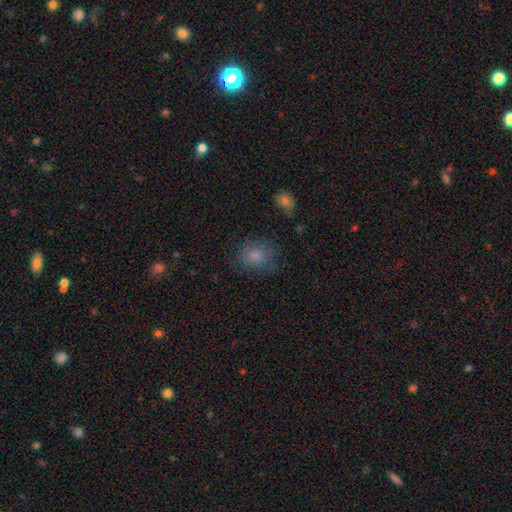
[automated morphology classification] Q: Smooth or featured?
A: smooth (80%); runner-up: star or artifact (11%)
Q: How rounded?
A: round (62%); runner-up: in between (37%)
Q: Merging?
A: none (73%); runner-up: minor disturbance (19%)